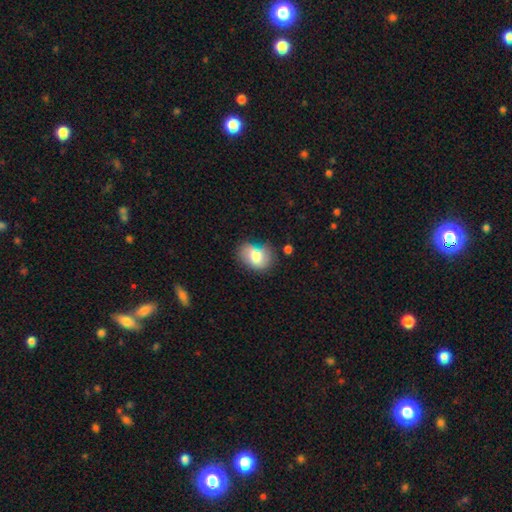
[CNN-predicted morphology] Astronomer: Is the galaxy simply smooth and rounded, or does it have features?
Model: smooth — 76%.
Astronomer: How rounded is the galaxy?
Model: in between — 69%.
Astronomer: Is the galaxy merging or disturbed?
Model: none — 60%.